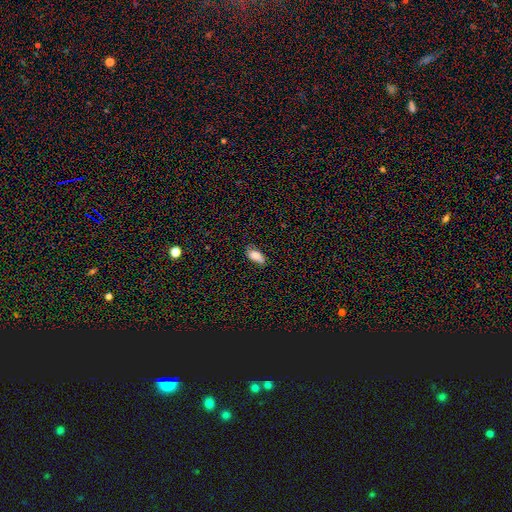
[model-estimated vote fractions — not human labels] smooth-or-featured: smooth: 82% | featured or disk: 10% | star or artifact: 8%
  how-rounded: in between: 91% | cigar-shaped: 6% | round: 3%
  merging: none: 71% | minor disturbance: 23% | major disturbance: 5% | merger: 2%